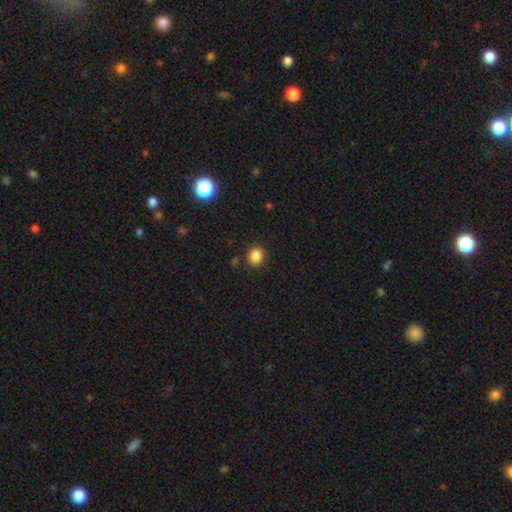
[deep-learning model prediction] Smooth or featured: smooth — 85% (star or artifact — 11%)
How rounded: round — 81% (in between — 18%)
Merging: none — 88% (minor disturbance — 7%)